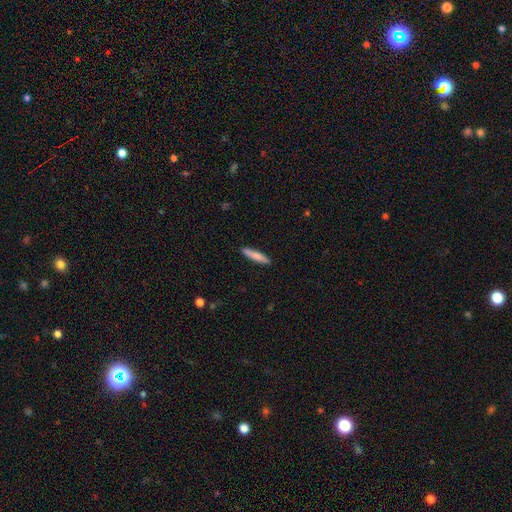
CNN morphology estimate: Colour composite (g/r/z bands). It shows a smooth galaxy with no disk features (76%) that is cigar-shaped (89%). Merging: none (88%).